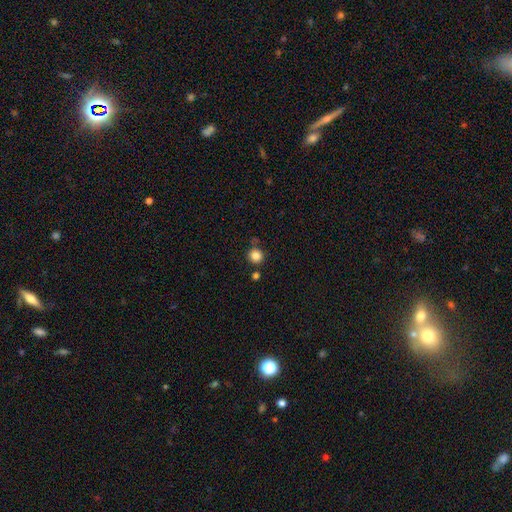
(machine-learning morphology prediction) Q: Smooth or featured?
A: smooth (85%); runner-up: star or artifact (11%)
Q: How rounded?
A: round (93%); runner-up: in between (6%)
Q: Merging?
A: none (81%); runner-up: minor disturbance (9%)